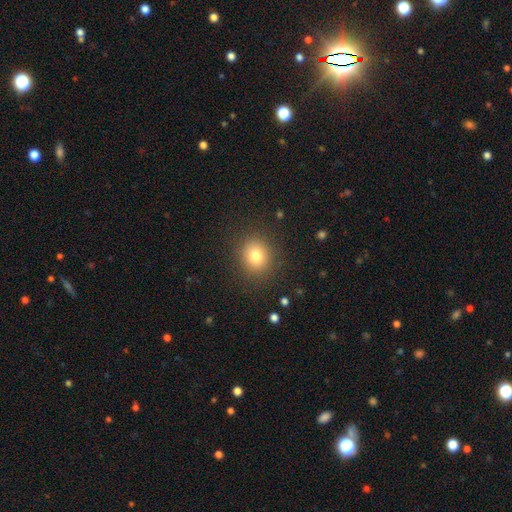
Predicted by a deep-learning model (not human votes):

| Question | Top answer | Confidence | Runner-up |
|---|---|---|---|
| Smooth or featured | smooth | 79% | star or artifact (13%) |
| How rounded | round | 80% | in between (19%) |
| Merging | none | 89% | minor disturbance (7%) |